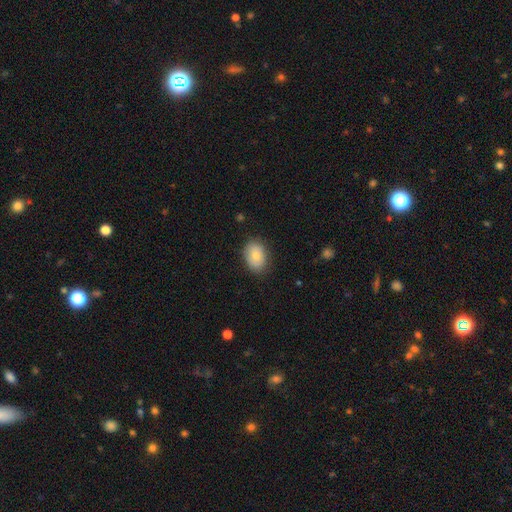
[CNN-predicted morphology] This is clearly a smooth galaxy (82%). How rounded: likely in between (78%). Merging: clearly none (82%).